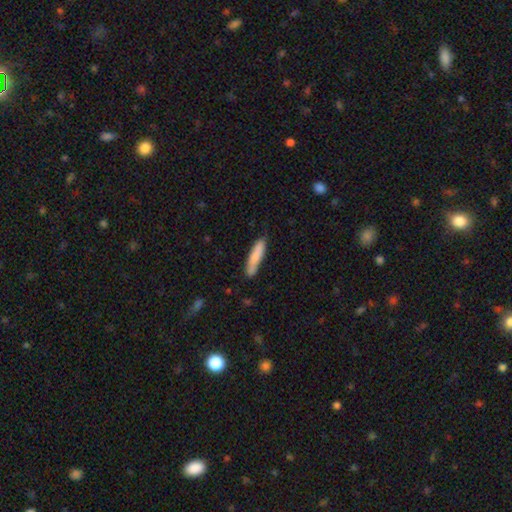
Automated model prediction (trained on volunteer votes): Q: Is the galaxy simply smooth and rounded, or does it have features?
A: smooth — 81%.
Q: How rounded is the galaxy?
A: cigar-shaped — 85%.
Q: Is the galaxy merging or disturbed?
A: none — 78%.